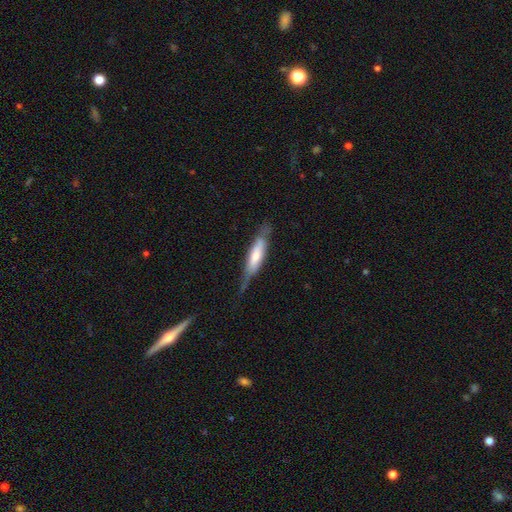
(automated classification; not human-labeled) This is possibly a smooth galaxy (49%). Merging: possibly none (57%).